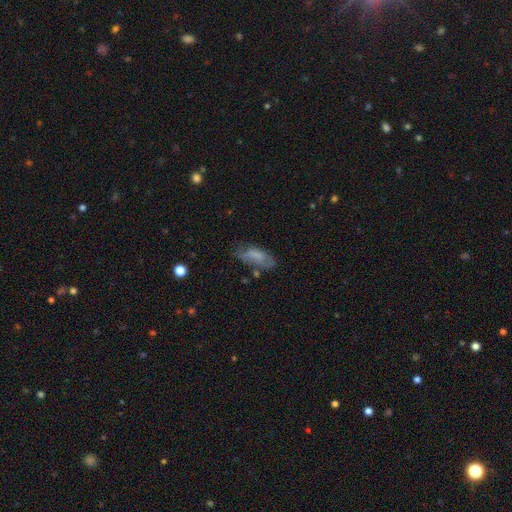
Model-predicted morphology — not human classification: A smooth galaxy with no disk features (63%) that is in between round and cigar-shaped (78%). Merging: none (48%).